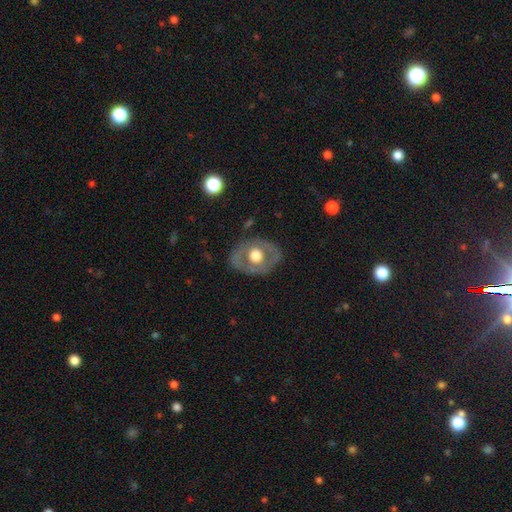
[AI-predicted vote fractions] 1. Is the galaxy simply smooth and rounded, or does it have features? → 54% featured or disk, 40% smooth, 6% star or artifact.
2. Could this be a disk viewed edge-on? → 93% no, 7% yes.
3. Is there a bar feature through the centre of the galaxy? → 87% no, 10% weak, 3% strong.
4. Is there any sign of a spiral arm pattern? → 86% no, 14% yes.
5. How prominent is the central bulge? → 47% large, 45% moderate, 4% dominant, 2% small, 1% none.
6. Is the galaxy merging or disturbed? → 77% none, 15% minor disturbance, 7% major disturbance, 1% merger.